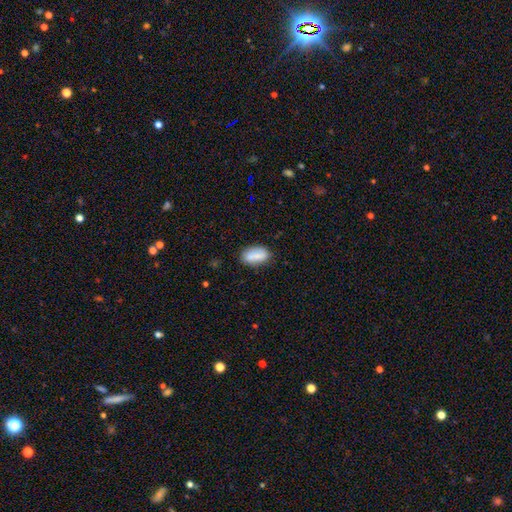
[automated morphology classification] A smooth galaxy with no disk features (79%) that is in between round and cigar-shaped (89%). Merging: none (76%).